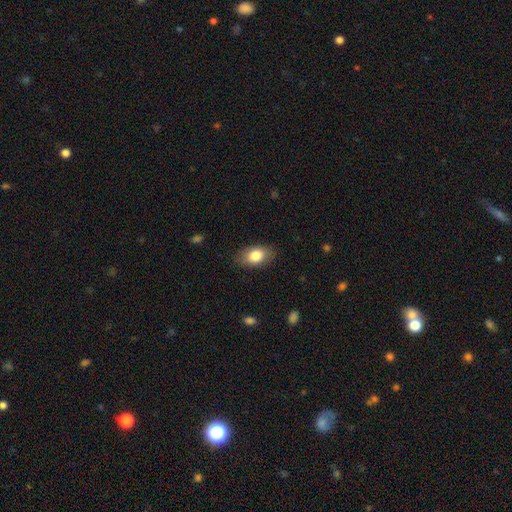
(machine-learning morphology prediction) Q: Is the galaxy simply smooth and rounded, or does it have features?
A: smooth — 82%.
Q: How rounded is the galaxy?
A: in between — 90%.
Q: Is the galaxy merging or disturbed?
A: none — 85%.